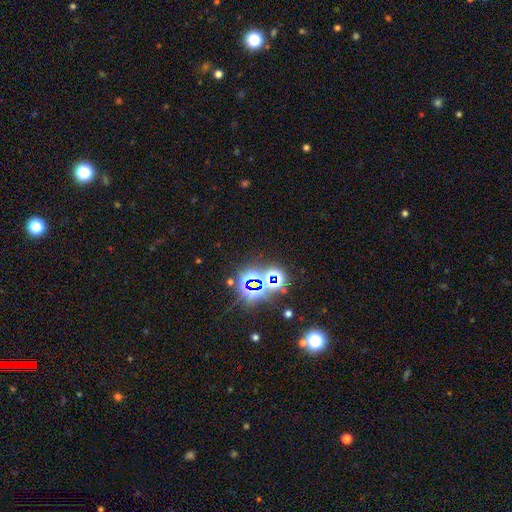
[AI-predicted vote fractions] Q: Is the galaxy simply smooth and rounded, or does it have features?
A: star or artifact — 78%.